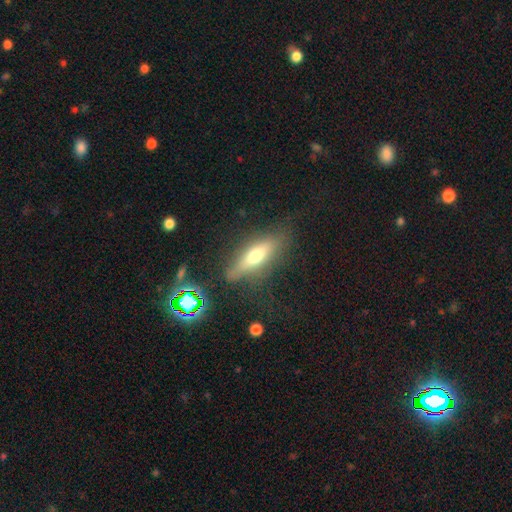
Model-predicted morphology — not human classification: smooth 50%, featured or disk 40%, star or artifact 10%. Down the decision tree: merging — none (74%).